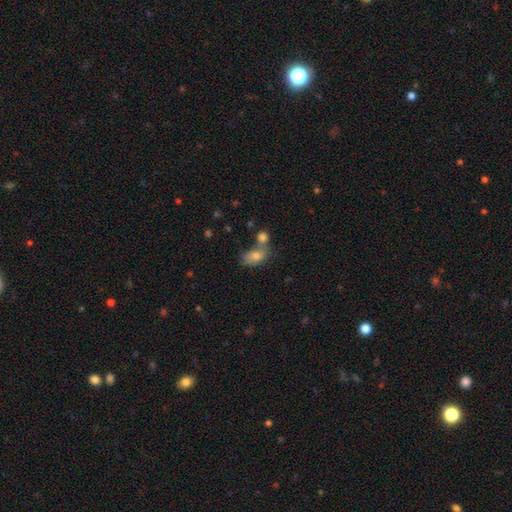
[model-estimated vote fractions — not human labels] smooth-or-featured: smooth: 74% | featured or disk: 14% | star or artifact: 11%
  how-rounded: in between: 83% | round: 15% | cigar-shaped: 2%
  merging: merger: 42% | none: 35% | minor disturbance: 15% | major disturbance: 8%